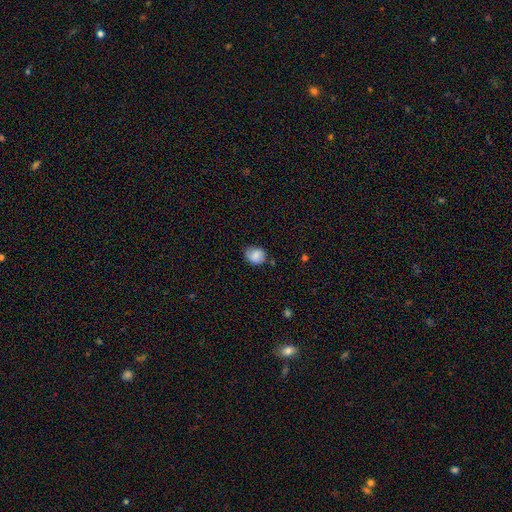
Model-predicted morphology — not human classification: A smooth galaxy with no disk features (82%) that is round (65%). Merging: none (66%).